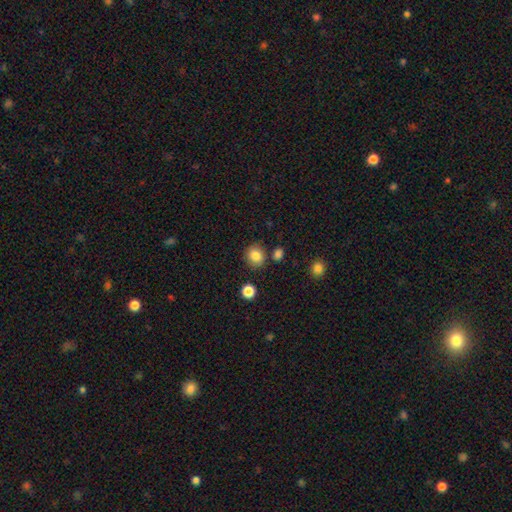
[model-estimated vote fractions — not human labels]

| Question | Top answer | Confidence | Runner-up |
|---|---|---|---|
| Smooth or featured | smooth | 84% | star or artifact (10%) |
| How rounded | round | 77% | in between (22%) |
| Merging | none | 81% | minor disturbance (11%) |